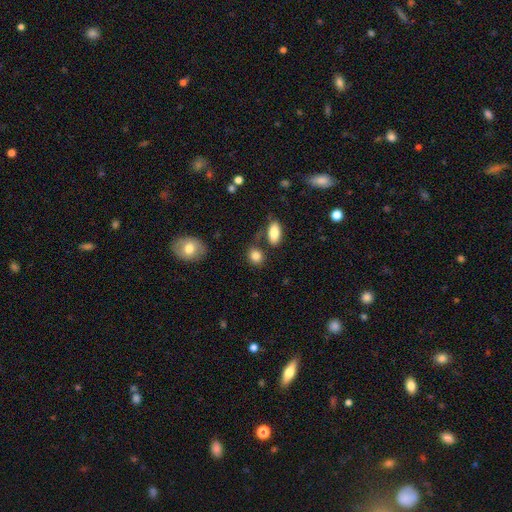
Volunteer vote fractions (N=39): Smooth or featured?
  - smooth: 85% *
  - star or artifact: 10%
  - featured or disk: 5%
How rounded?
  - in between: 58% *
  - round: 42%
  - cigar-shaped: 0%
Merging?
  - none: 66% *
  - minor disturbance: 20%
  - major disturbance: 9%
  - merger: 6%